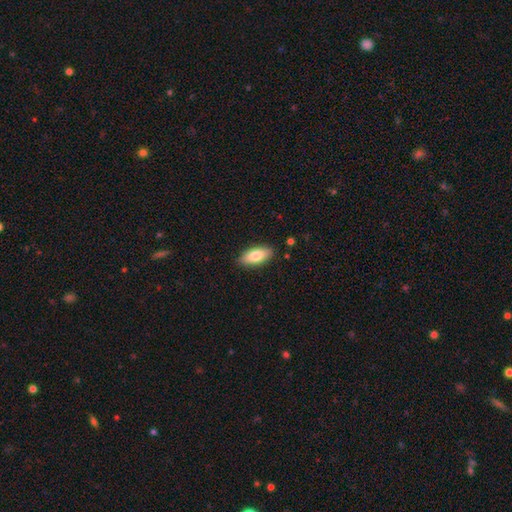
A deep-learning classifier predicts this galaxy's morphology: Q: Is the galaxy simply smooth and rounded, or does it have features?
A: smooth — 81%.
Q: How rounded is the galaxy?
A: in between — 84%.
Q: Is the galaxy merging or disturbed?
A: none — 87%.